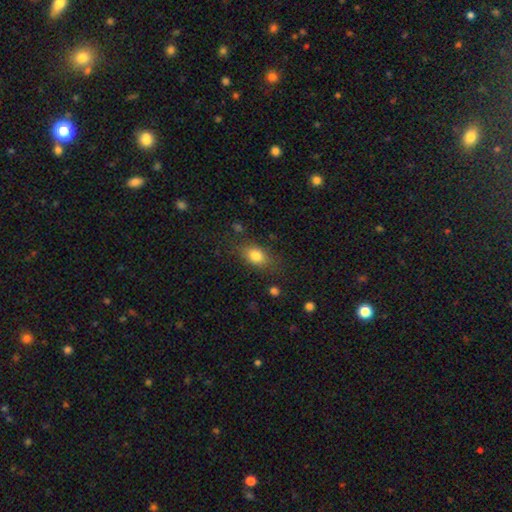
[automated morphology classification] A smooth galaxy with no disk features (80%) that is in between round and cigar-shaped (77%). Merging: none (76%).